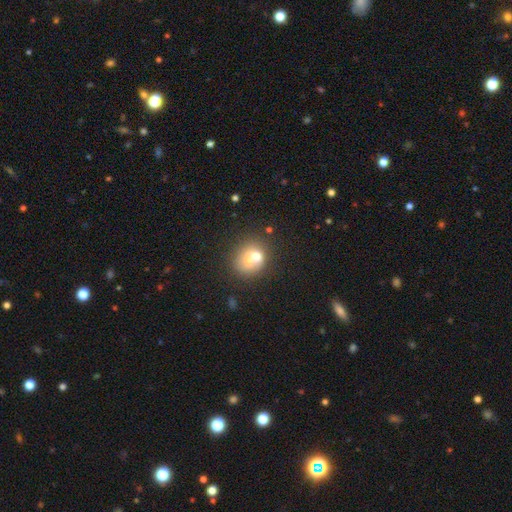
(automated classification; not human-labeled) Smooth or featured: smooth — 62% (featured or disk — 27%)
How rounded: round — 68% (in between — 31%)
Merging: merger — 55% (none — 31%)